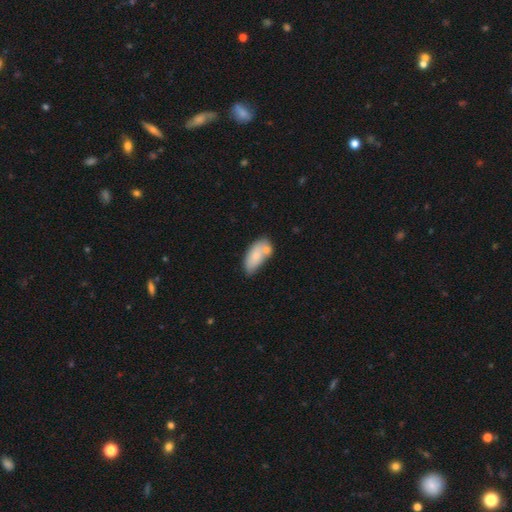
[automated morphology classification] Overall: smooth (74%). How rounded: in between (90%). Merging: none (38%; merger 36%).